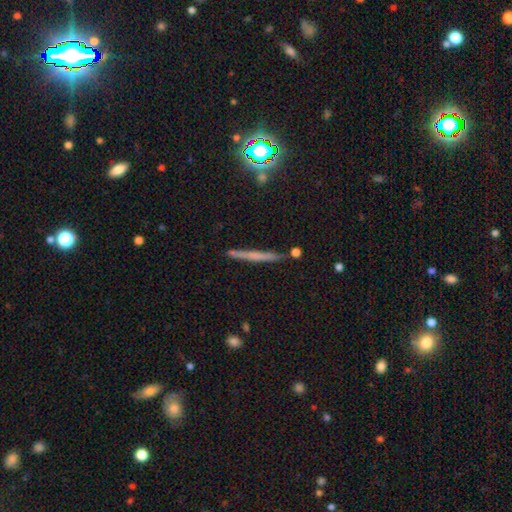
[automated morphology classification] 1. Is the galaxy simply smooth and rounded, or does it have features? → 47% smooth, 43% featured or disk, 11% star or artifact.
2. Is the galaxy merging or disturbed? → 86% none, 9% minor disturbance, 3% merger, 2% major disturbance.